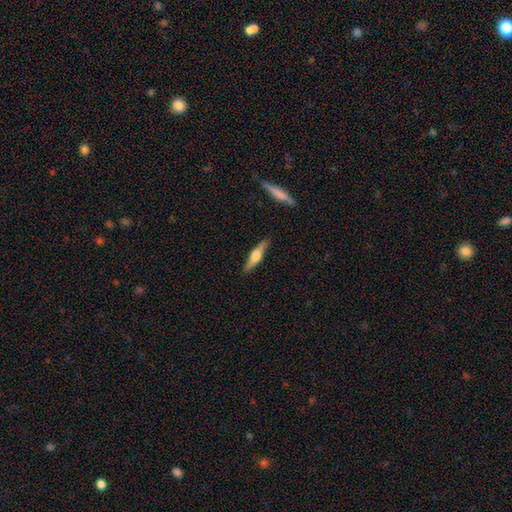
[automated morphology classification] Smooth or featured?
  - featured or disk: 59% *
  - smooth: 35%
  - star or artifact: 6%
Edge-on disk?
  - yes: 96% *
  - no: 4%
Edge-on bulge?
  - rounded: 91% *
  - boxy: 6%
  - none: 3%
Merging?
  - none: 88% *
  - minor disturbance: 9%
  - major disturbance: 2%
  - merger: 2%